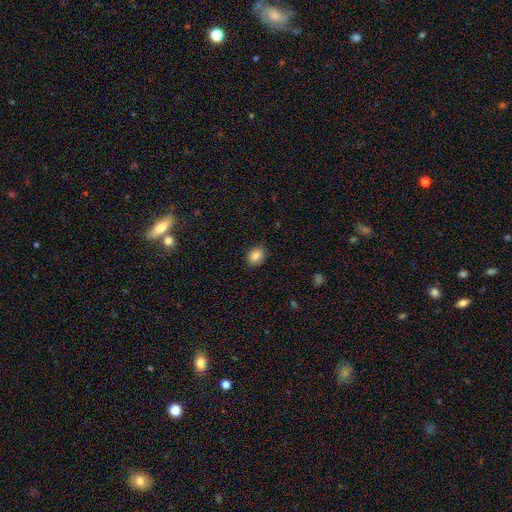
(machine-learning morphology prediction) This is clearly a smooth galaxy (85%). How rounded: possibly in between (55%). Merging: clearly none (88%).